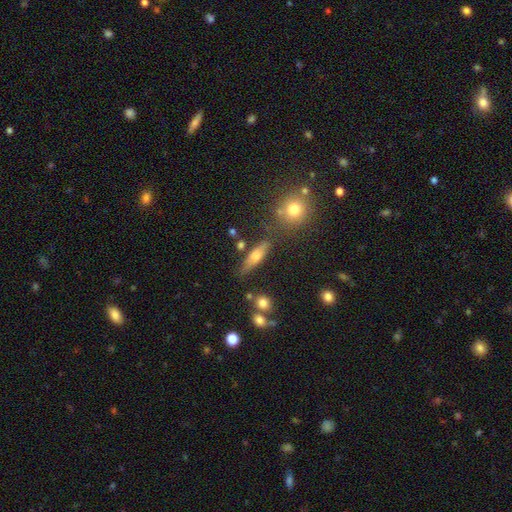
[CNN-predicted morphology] Smooth or featured?
  - smooth: 56% *
  - featured or disk: 35%
  - star or artifact: 9%
How rounded?
  - cigar-shaped: 56% *
  - in between: 39%
  - round: 5%
Merging?
  - none: 73% *
  - minor disturbance: 15%
  - merger: 8%
  - major disturbance: 5%